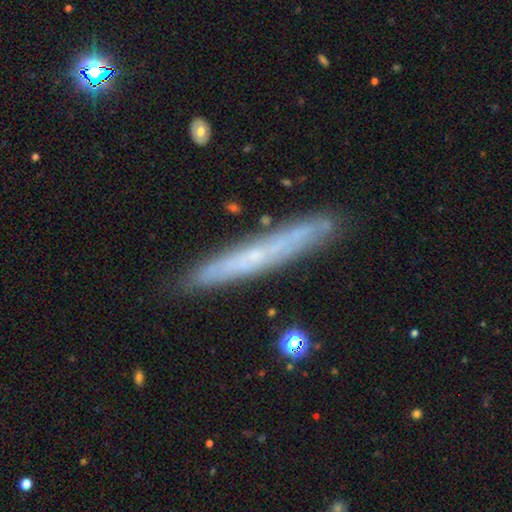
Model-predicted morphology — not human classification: A featured or disk galaxy (58%) viewed edge-on (87%) with no central bulge (72%).

Vote fractions:
- Smooth or featured? featured or disk: 58% / smooth: 34% / star or artifact: 8%
- Edge-on disk? yes: 87% / no: 13%
- Edge-on bulge? none: 72% / rounded: 26% / boxy: 3%
- Merging? none: 87% / minor disturbance: 10% / merger: 2% / major disturbance: 2%